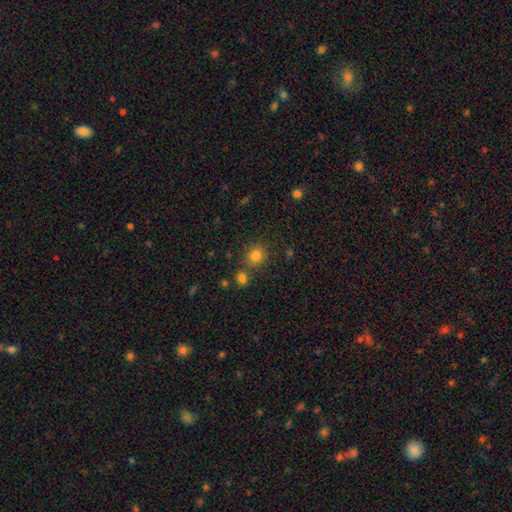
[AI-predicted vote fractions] This is clearly a smooth galaxy (81%). How rounded: clearly round (86%). Merging: likely none (74%).